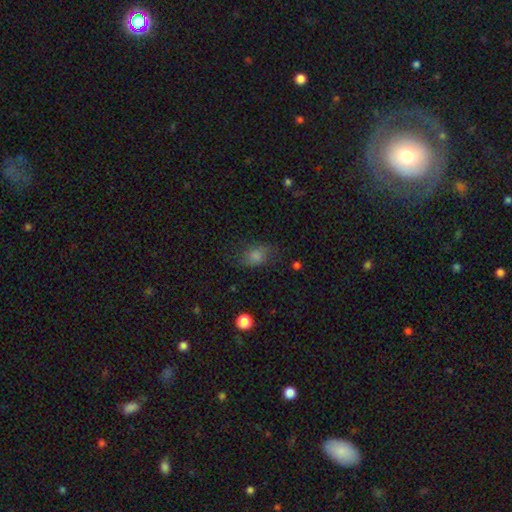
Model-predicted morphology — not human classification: Smooth or featured?
  - smooth: 66% *
  - star or artifact: 19%
  - featured or disk: 15%
How rounded?
  - in between: 74% *
  - round: 23%
  - cigar-shaped: 3%
Merging?
  - none: 71% *
  - minor disturbance: 20%
  - major disturbance: 8%
  - merger: 2%